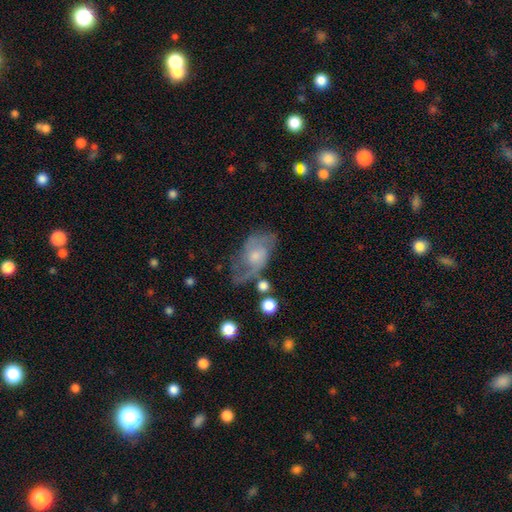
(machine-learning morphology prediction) A featured or disk galaxy (75%) with no bar (64%), 2 (71%) medium (48%) spiral arms (89%) and a small central bulge (48%).

Vote fractions:
- Smooth or featured? featured or disk: 75% / smooth: 17% / star or artifact: 8%
- Edge-on disk? no: 95% / yes: 5%
- Bar? no: 64% / weak: 31% / strong: 5%
- Spiral arms? yes: 89% / no: 11%
- Spiral winding? medium: 48% / loose: 28% / tight: 23%
- Spiral arm count? 2: 71% / can't tell: 16% / 3: 6% / 1: 4% / 4: 2% / more than 4: 2%
- Bulge size? small: 48% / moderate: 41% / none: 6% / large: 4% / dominant: 1%
- Merging? none: 60% / minor disturbance: 22% / major disturbance: 14% / merger: 4%